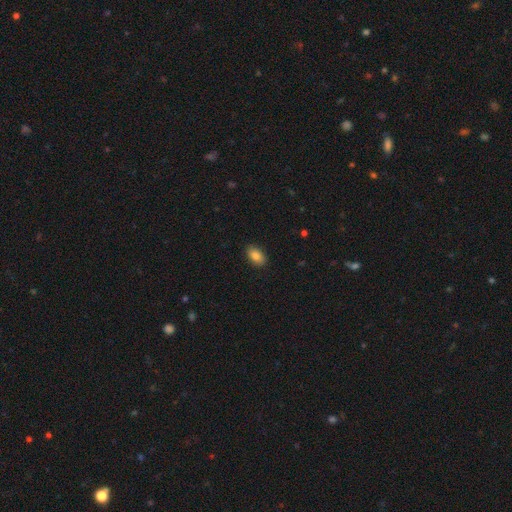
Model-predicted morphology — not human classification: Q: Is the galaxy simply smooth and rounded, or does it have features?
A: smooth — 86%.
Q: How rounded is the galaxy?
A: in between — 91%.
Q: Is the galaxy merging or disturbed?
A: none — 88%.